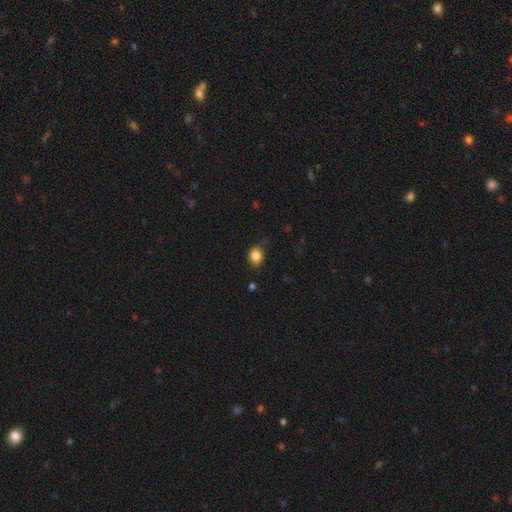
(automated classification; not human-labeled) Smooth or featured: smooth — 85% (star or artifact — 10%)
How rounded: in between — 50% (round — 49%)
Merging: none — 83% (minor disturbance — 13%)